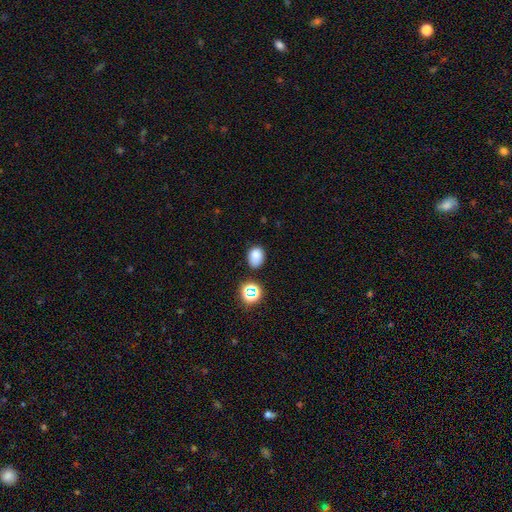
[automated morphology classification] Smooth or featured?
  - smooth: 80% *
  - star or artifact: 14%
  - featured or disk: 6%
How rounded?
  - in between: 58% *
  - round: 41%
  - cigar-shaped: 1%
Merging?
  - none: 76% *
  - minor disturbance: 16%
  - merger: 5%
  - major disturbance: 4%